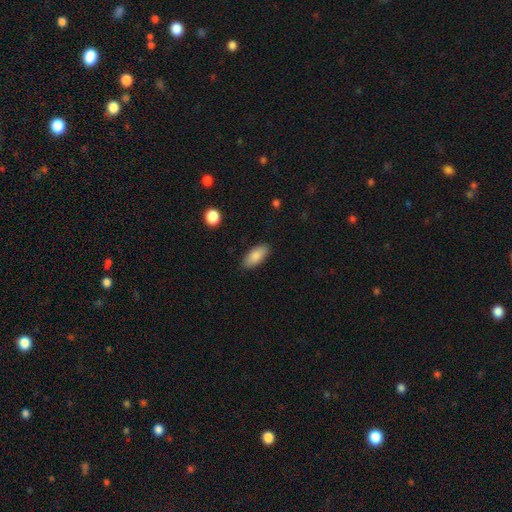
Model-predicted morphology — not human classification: This is clearly a smooth galaxy (86%). How rounded: clearly in between (87%). Merging: clearly none (87%).